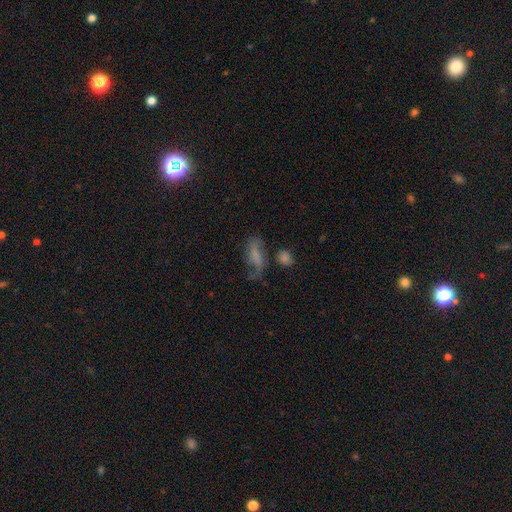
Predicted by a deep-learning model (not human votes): smooth-or-featured: smooth: 51% | featured or disk: 35% | star or artifact: 15%
  how-rounded: in between: 69% | cigar-shaped: 25% | round: 6%
  merging: none: 43% | minor disturbance: 24% | major disturbance: 23% | merger: 10%